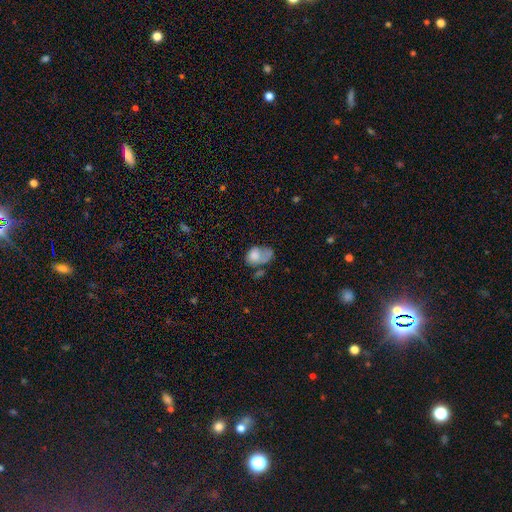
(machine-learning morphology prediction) Q: Smooth or featured?
A: smooth (68%); runner-up: featured or disk (22%)
Q: How rounded?
A: in between (75%); runner-up: round (23%)
Q: Merging?
A: major disturbance (35%); runner-up: none (24%)